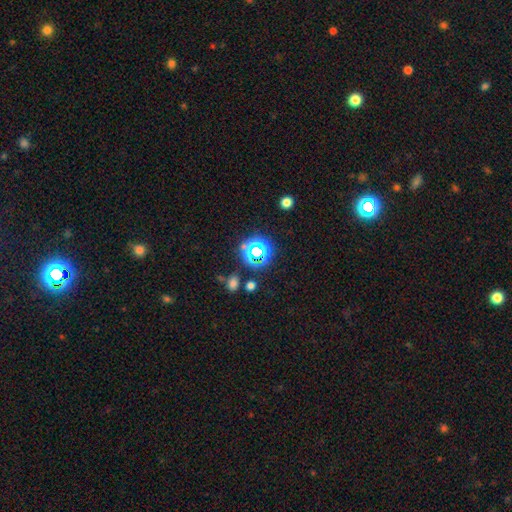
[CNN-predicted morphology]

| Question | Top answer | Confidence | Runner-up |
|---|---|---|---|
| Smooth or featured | star or artifact | 64% | smooth (26%) |